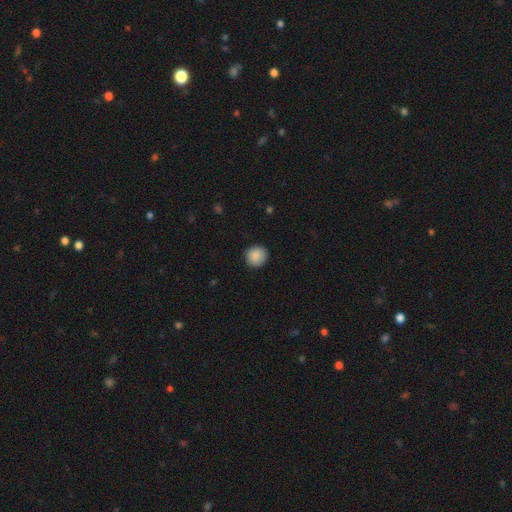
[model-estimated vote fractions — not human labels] smooth 89%, star or artifact 8%, featured or disk 4%. Down the decision tree: how rounded — round (91%); merging — none (90%).